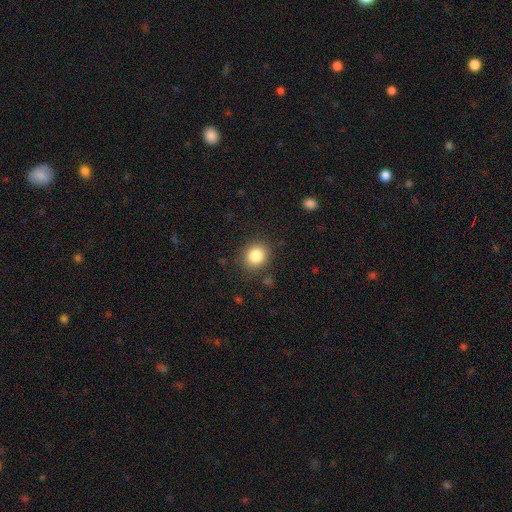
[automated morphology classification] The model was most divided on "how rounded": round: 74%, in between: 25%, cigar-shaped: 1%. More confident: merging — none (86%); smooth or featured — smooth (83%).